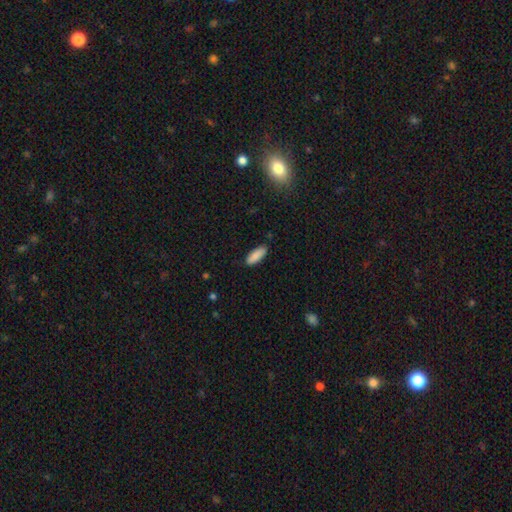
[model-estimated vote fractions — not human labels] Q: Smooth or featured?
A: smooth (89%); runner-up: star or artifact (6%)
Q: How rounded?
A: in between (71%); runner-up: cigar-shaped (27%)
Q: Merging?
A: none (86%); runner-up: minor disturbance (10%)